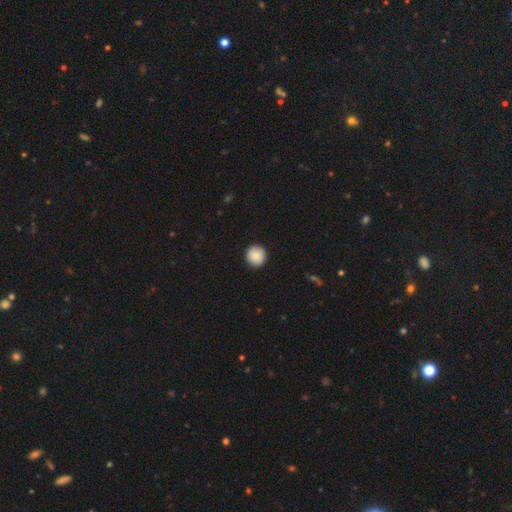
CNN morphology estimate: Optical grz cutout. It shows a smooth galaxy with no disk features (84%) that is round (94%). Merging: none (91%).